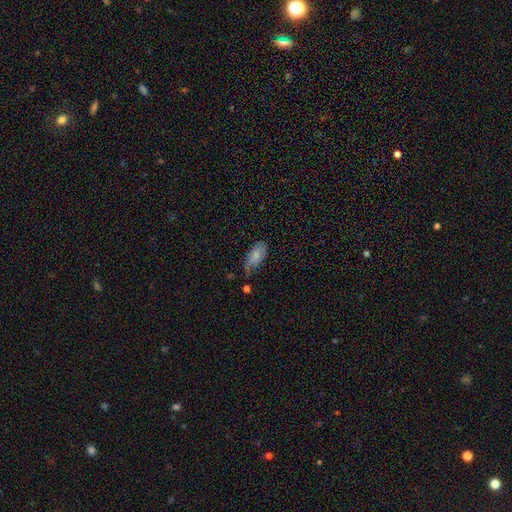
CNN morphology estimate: Q: Smooth or featured?
A: smooth (71%); runner-up: featured or disk (22%)
Q: How rounded?
A: in between (92%); runner-up: cigar-shaped (5%)
Q: Merging?
A: none (46%); runner-up: minor disturbance (37%)